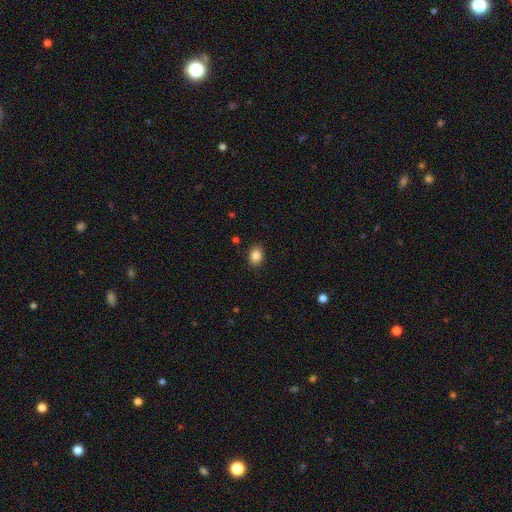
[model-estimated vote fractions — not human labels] Morphology: type=smooth (86%); roundness=in between (69%); merging=none (88%).